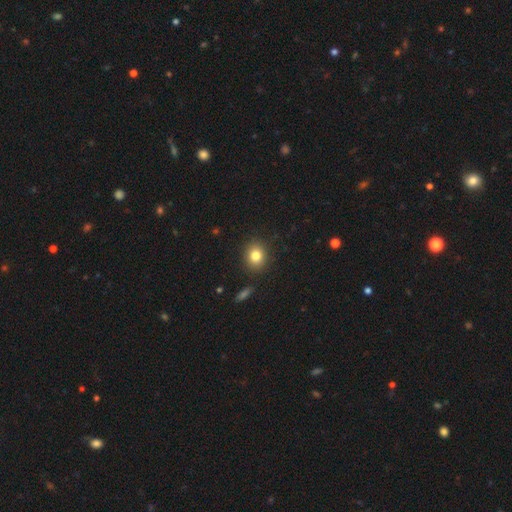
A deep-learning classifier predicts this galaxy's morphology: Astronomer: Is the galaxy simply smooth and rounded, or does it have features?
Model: smooth — 81%.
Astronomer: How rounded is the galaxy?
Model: round — 65%.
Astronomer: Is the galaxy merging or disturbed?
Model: none — 88%.